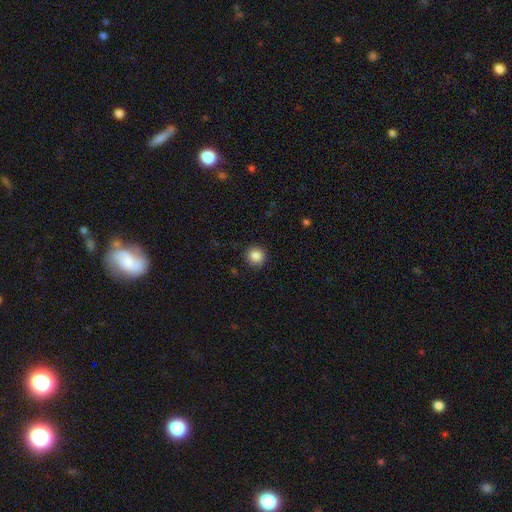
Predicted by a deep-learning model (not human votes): Q: Smooth or featured?
A: smooth (86%); runner-up: star or artifact (10%)
Q: How rounded?
A: round (94%); runner-up: in between (5%)
Q: Merging?
A: none (91%); runner-up: minor disturbance (6%)